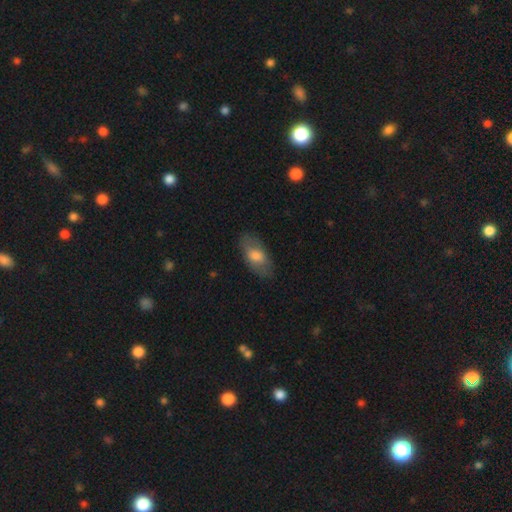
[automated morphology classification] This is likely a smooth galaxy (69%). How rounded: clearly in between (90%). Merging: likely none (79%).